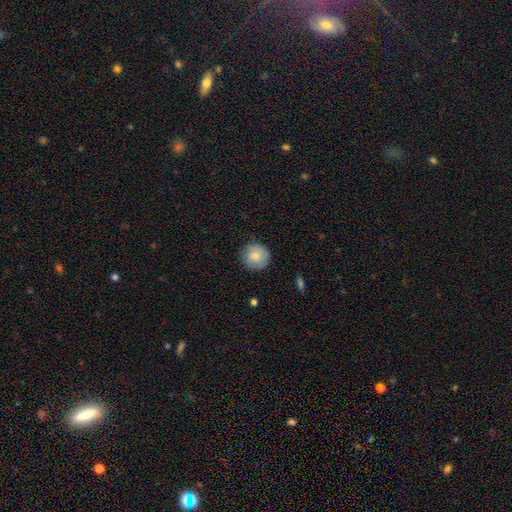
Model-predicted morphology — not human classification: Smooth or featured?
  - smooth: 82% *
  - featured or disk: 11%
  - star or artifact: 7%
How rounded?
  - round: 94% *
  - in between: 5%
  - cigar-shaped: 1%
Merging?
  - none: 85% *
  - minor disturbance: 11%
  - major disturbance: 2%
  - merger: 1%